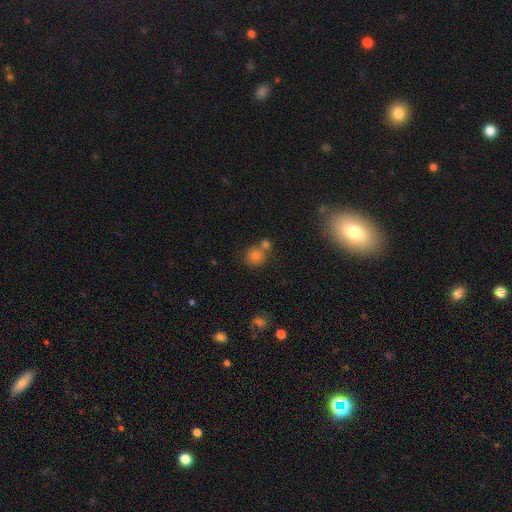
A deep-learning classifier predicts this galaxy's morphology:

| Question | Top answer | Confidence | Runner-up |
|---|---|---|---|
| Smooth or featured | smooth | 75% | star or artifact (16%) |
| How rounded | round | 86% | in between (13%) |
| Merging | none | 59% | merger (29%) |